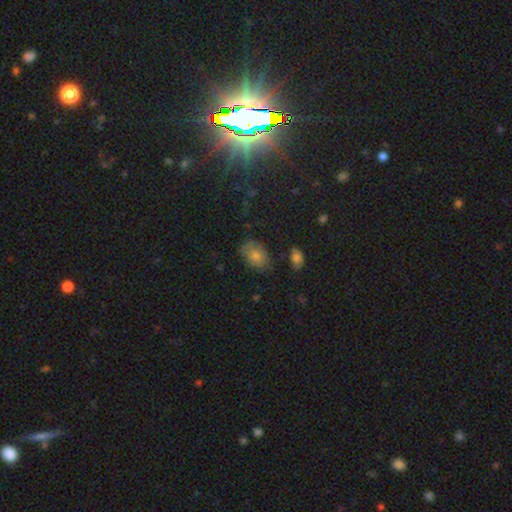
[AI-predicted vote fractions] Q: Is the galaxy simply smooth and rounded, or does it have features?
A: smooth — 77%.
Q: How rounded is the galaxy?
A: in between — 79%.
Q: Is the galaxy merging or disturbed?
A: none — 68%.